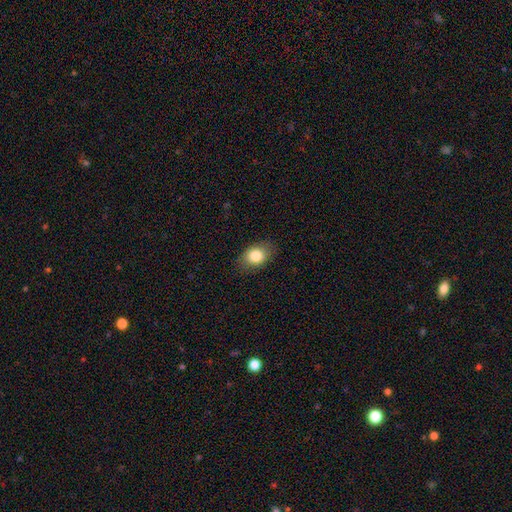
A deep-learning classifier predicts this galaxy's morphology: A smooth galaxy with no disk features (83%) that is in between round and cigar-shaped (72%). Merging: none (83%).